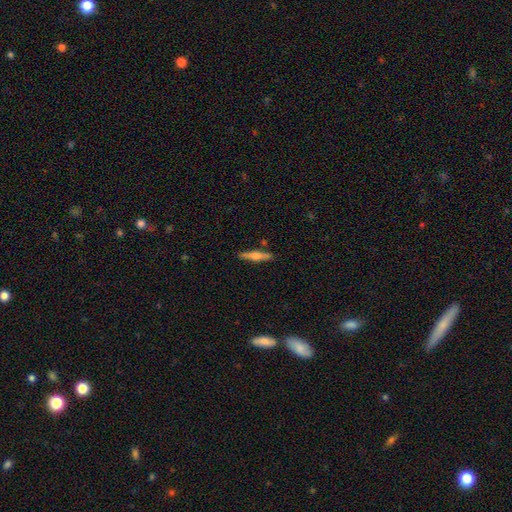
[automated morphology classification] This is possibly a featured or disk galaxy (51%). It is clearly viewed edge-on (96%). Merging: clearly none (87%).